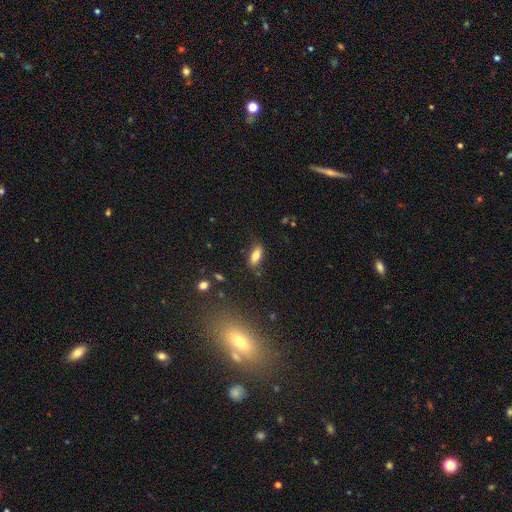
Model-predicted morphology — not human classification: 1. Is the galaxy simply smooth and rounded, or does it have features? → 77% smooth, 15% featured or disk, 8% star or artifact.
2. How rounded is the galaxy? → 79% in between, 18% cigar-shaped, 3% round.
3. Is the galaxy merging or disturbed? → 78% none, 16% minor disturbance, 4% major disturbance, 2% merger.